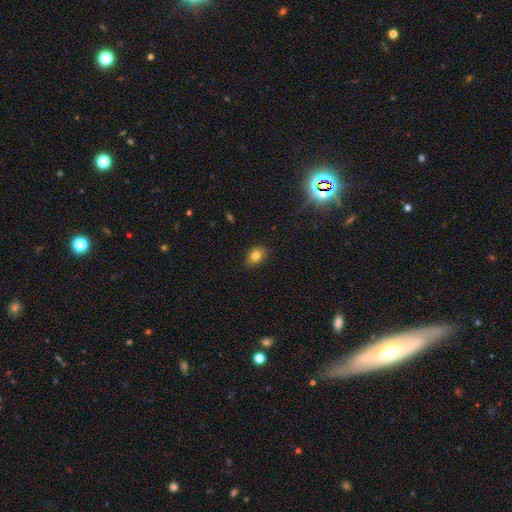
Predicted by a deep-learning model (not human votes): smooth_or_featured: smooth (p=0.81) [alt: star or artifact p=0.12]
how_rounded: in between (p=0.63) [alt: round p=0.36]
merging: none (p=0.84) [alt: minor disturbance p=0.13]